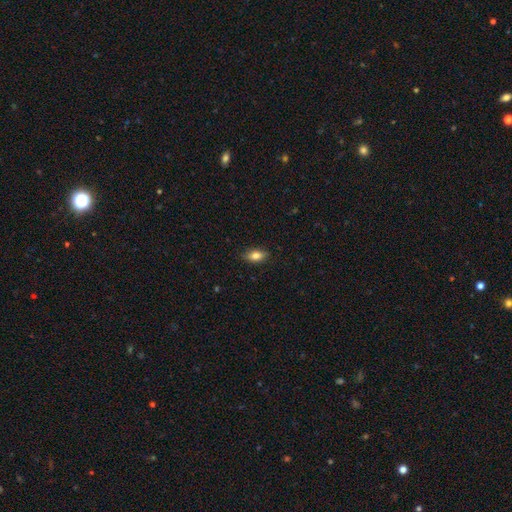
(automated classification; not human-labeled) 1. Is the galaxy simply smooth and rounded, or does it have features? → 80% smooth, 12% featured or disk, 8% star or artifact.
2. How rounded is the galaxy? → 86% in between, 8% cigar-shaped, 6% round.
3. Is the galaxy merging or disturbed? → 85% none, 12% minor disturbance, 2% major disturbance, 1% merger.